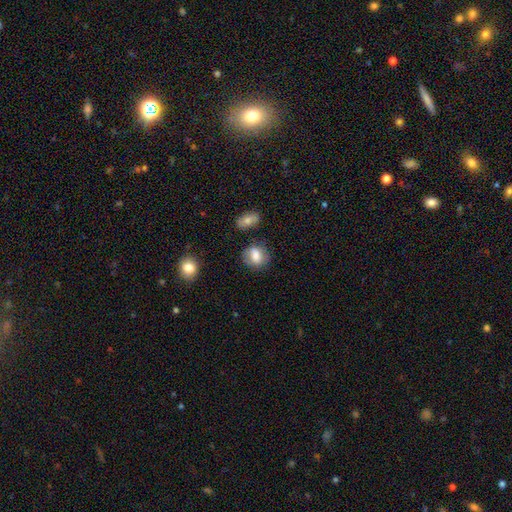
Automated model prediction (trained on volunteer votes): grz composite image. It shows a smooth galaxy with no disk features (75%) that is round (59%). Merging: none (70%).